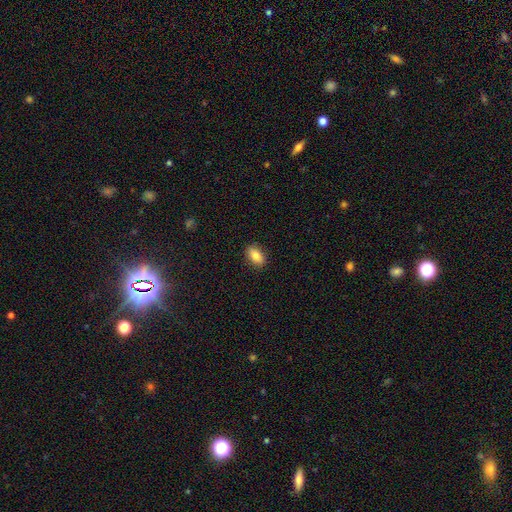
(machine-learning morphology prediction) smooth-or-featured: smooth: 84% | featured or disk: 9% | star or artifact: 8%
  how-rounded: in between: 88% | round: 7% | cigar-shaped: 4%
  merging: none: 88% | minor disturbance: 9% | major disturbance: 2% | merger: 1%